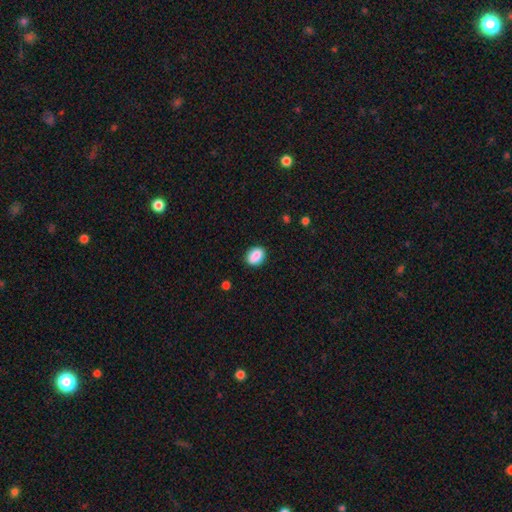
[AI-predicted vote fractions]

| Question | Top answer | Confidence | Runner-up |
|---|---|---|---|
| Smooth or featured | smooth | 88% | star or artifact (8%) |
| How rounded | in between | 68% | round (31%) |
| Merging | none | 87% | minor disturbance (10%) |